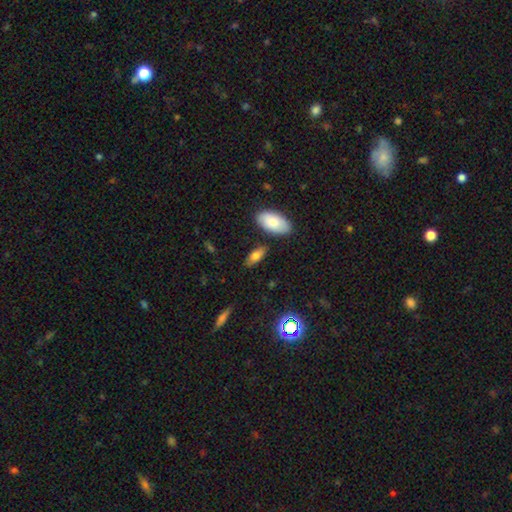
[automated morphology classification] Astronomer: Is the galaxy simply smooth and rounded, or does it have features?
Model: smooth — 76%.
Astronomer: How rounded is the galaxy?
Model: in between — 83%.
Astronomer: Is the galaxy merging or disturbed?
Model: none — 79%.